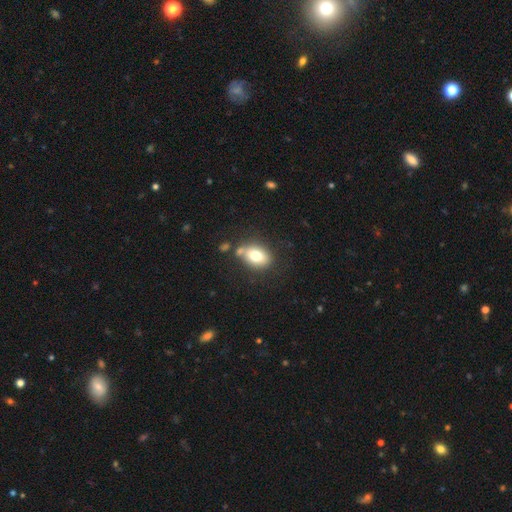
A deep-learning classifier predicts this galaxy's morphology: Smooth or featured? smooth (76%)
How rounded? in between (74%)
Merging? none (66%)